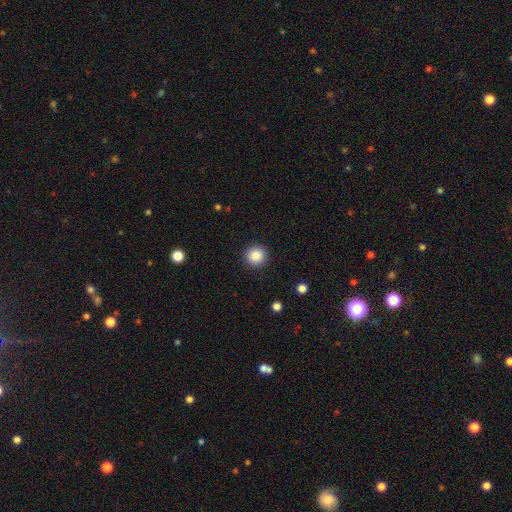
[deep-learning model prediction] A smooth galaxy with no disk features (87%) that is round (95%). Merging: none (92%).